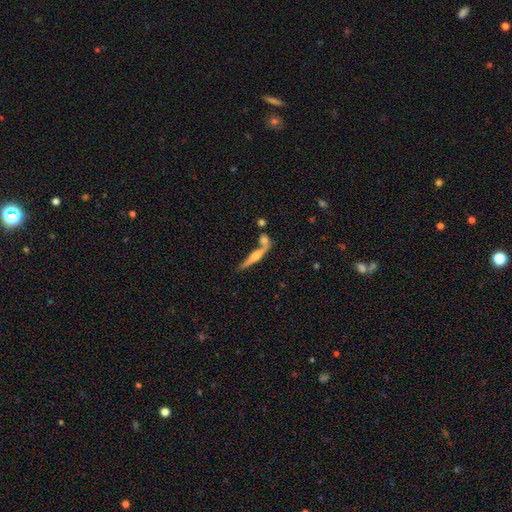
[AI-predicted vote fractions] Overall: featured or disk (67%). Edge-on disk: yes (94%). Edge-on bulge: rounded (88%). Merging: none (56%; merger 27%).